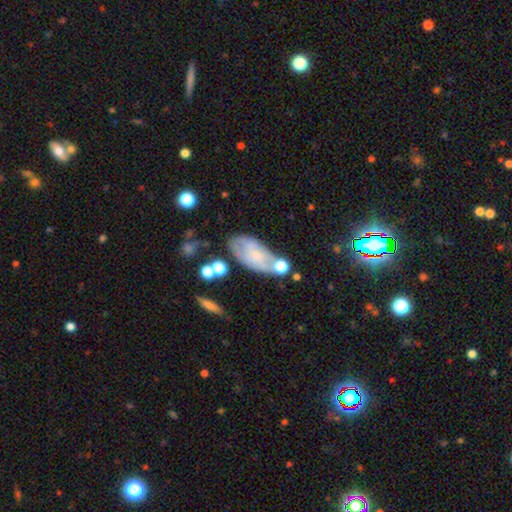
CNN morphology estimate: Smooth or featured?
  - smooth: 48% *
  - featured or disk: 42%
  - star or artifact: 10%
Merging?
  - none: 44% *
  - minor disturbance: 25%
  - merger: 18%
  - major disturbance: 13%